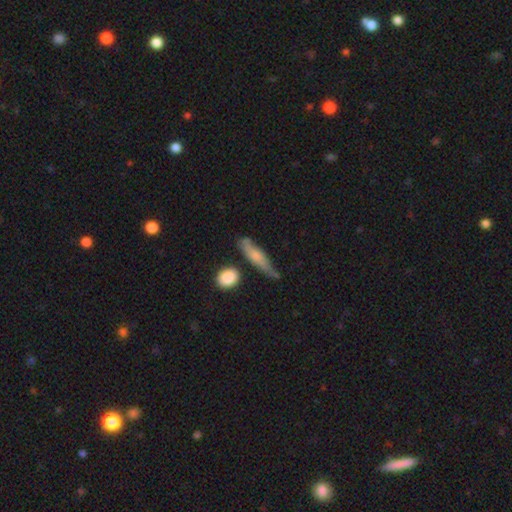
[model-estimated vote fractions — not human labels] This is likely a smooth galaxy (60%). How rounded: likely cigar-shaped (72%). Merging: possibly none (54%).